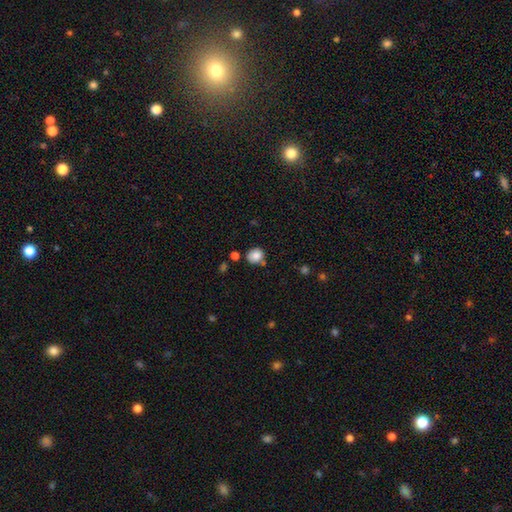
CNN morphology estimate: type=smooth (84%); roundness=round (70%); merging=none (70%).